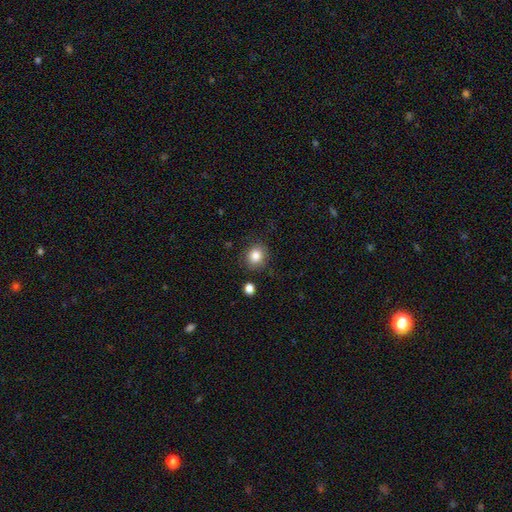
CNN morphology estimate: This is clearly a smooth galaxy (84%). How rounded: likely round (79%). Merging: clearly none (84%).